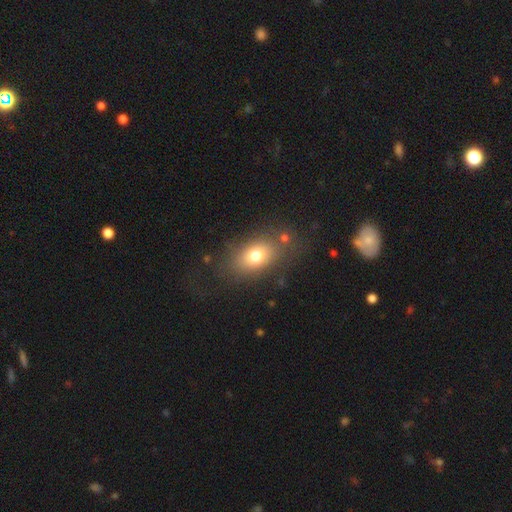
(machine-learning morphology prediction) This appears to be a smooth galaxy with no disk features (73%) that is in between round and cigar-shaped (78%). Merging: none (73%).